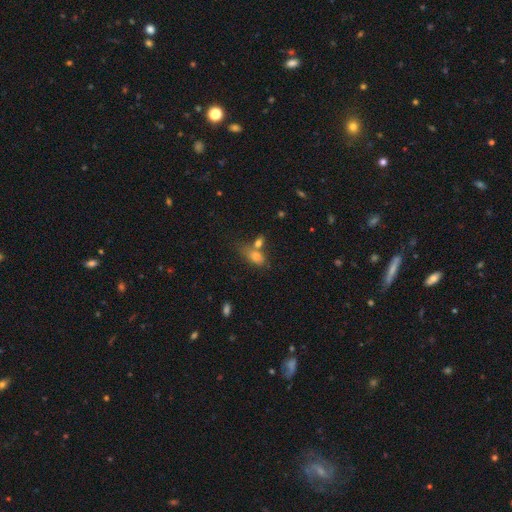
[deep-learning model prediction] smooth_or_featured: smooth (p=0.70) [alt: star or artifact p=0.16]
how_rounded: in between (p=0.77) [alt: round p=0.14]
merging: none (p=0.44) [alt: merger p=0.30]